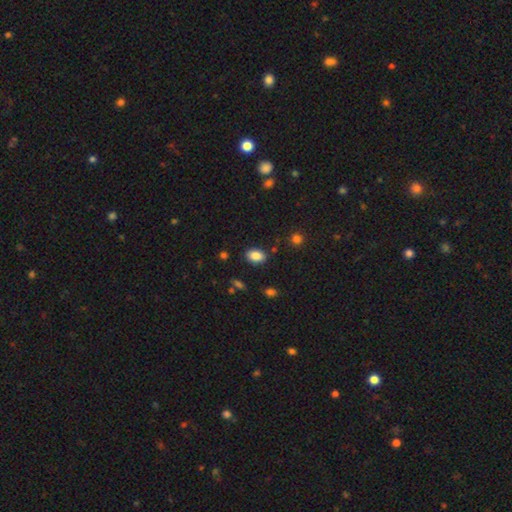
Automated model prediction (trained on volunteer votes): Overall: smooth (86%). How rounded: in between (85%). Merging: none (84%).